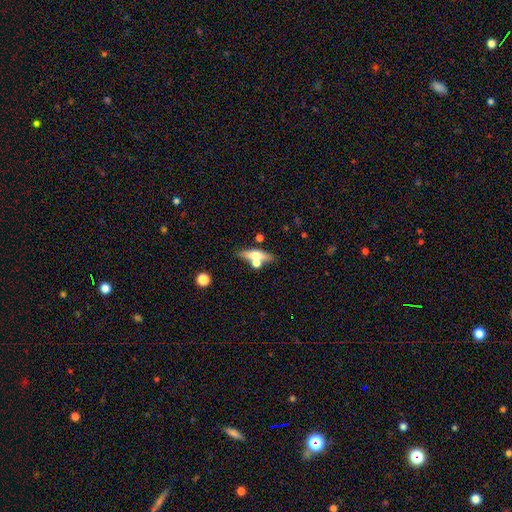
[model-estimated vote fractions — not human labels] The model was most divided on "smooth or featured": smooth: 53%, featured or disk: 39%, star or artifact: 7%. More confident: how rounded — cigar-shaped (64%); merging — none (61%).